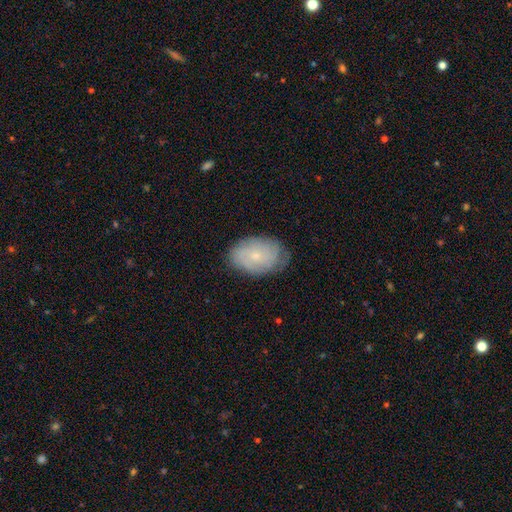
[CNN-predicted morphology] type=smooth (47%); merging=none (76%).